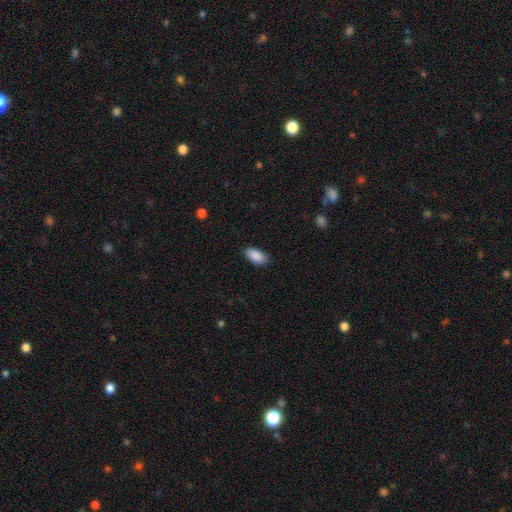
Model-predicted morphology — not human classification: Smooth or featured?
  - smooth: 90% *
  - star or artifact: 7%
  - featured or disk: 4%
How rounded?
  - in between: 94% *
  - cigar-shaped: 3%
  - round: 3%
Merging?
  - none: 83% *
  - minor disturbance: 13%
  - major disturbance: 3%
  - merger: 1%